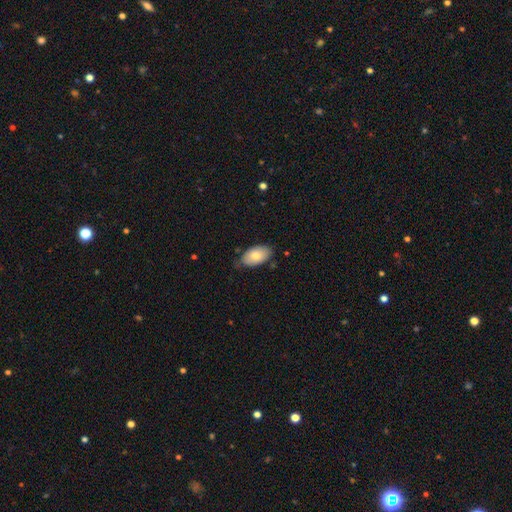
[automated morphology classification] smooth-or-featured: smooth: 78% | featured or disk: 16% | star or artifact: 7%
  how-rounded: in between: 94% | round: 5% | cigar-shaped: 2%
  merging: none: 72% | minor disturbance: 22% | major disturbance: 3% | merger: 2%